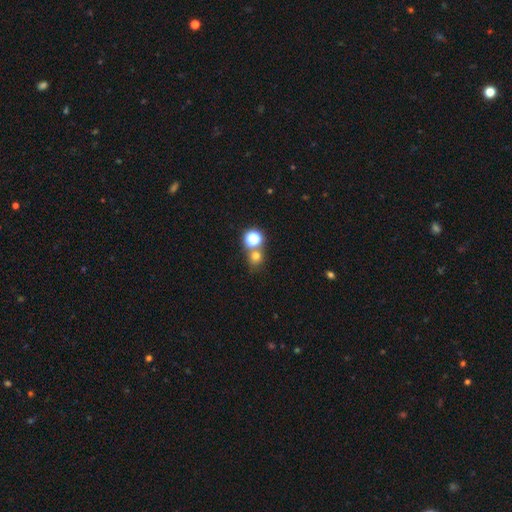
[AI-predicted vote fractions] Smooth or featured? Predicted: smooth (p=0.69). How rounded? Predicted: round (p=0.83). Merging? Predicted: none (p=0.62).